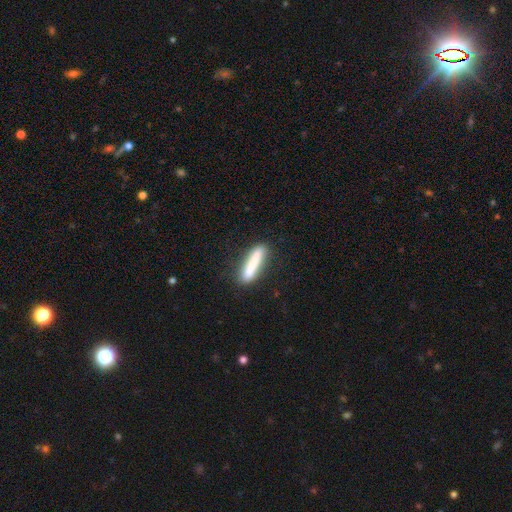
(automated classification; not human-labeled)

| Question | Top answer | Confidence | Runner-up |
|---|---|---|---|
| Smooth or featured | smooth | 72% | featured or disk (21%) |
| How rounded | cigar-shaped | 88% | in between (10%) |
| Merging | none | 82% | minor disturbance (12%) |